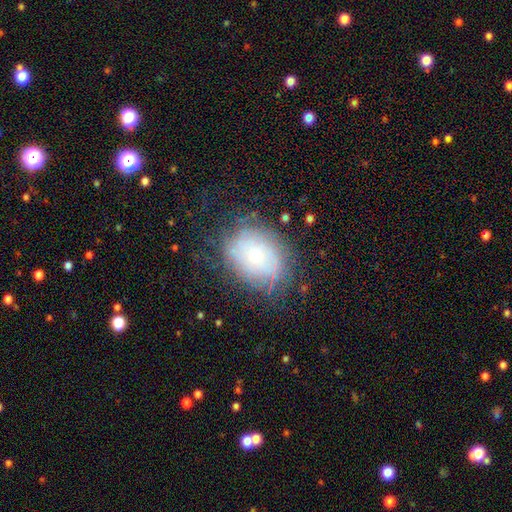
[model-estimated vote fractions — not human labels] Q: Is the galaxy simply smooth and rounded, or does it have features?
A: featured or disk — 45%, tied with smooth.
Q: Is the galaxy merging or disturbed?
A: none — 64%.